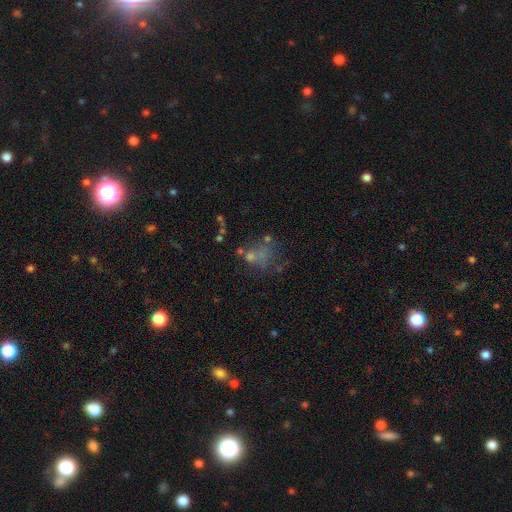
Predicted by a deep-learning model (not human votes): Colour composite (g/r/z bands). It shows a smooth galaxy with no disk features (46%). Merging: none (36%).